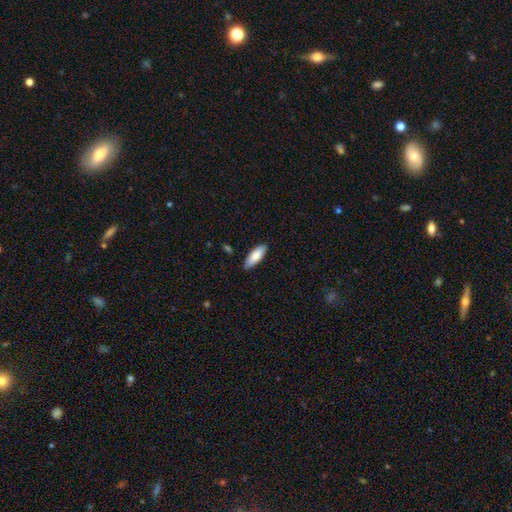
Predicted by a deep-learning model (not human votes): smooth-or-featured: smooth: 81% | featured or disk: 14% | star or artifact: 6%
  how-rounded: in between: 66% | cigar-shaped: 32% | round: 2%
  merging: none: 86% | minor disturbance: 11% | major disturbance: 2% | merger: 1%